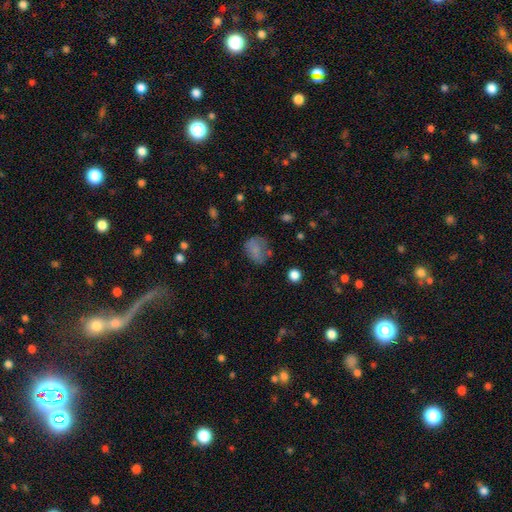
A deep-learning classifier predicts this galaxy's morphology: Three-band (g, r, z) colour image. It shows a smooth galaxy with no disk features (44%). Merging: none (62%).